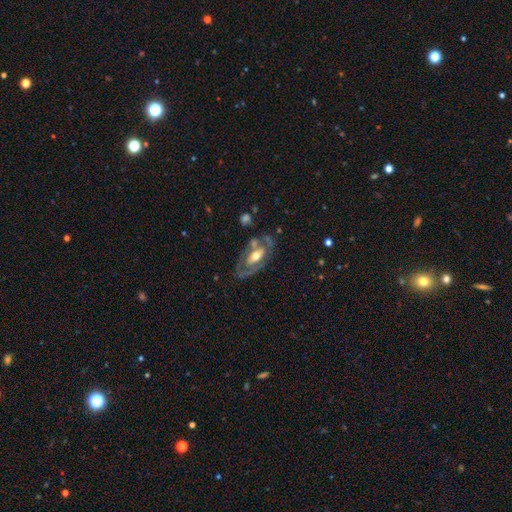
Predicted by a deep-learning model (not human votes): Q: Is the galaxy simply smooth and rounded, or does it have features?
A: featured or disk — 69%.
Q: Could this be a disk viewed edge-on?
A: no — 89%.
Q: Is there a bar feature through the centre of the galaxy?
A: no — 59%.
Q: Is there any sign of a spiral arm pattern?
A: no — 55%.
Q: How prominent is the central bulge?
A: moderate — 68%.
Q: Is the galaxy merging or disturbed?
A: none — 57%.